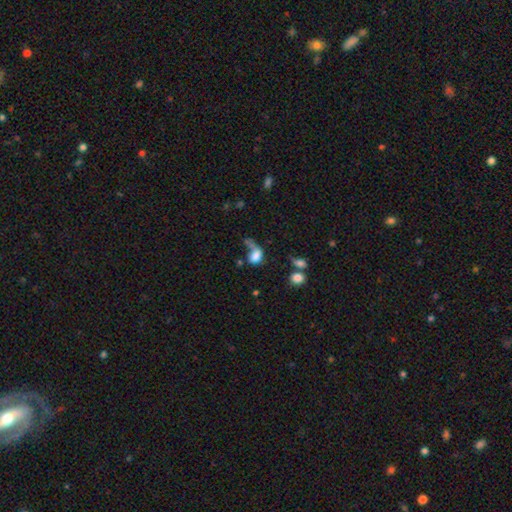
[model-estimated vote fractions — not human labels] Smooth or featured? smooth (71%)
How rounded? in between (72%)
Merging? major disturbance (36%)